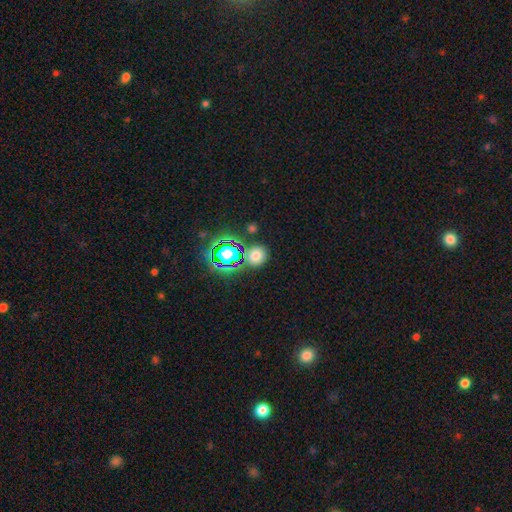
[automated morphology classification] This appears to be a smooth galaxy with no disk features (67%) that is round (79%). Merging: none (78%).